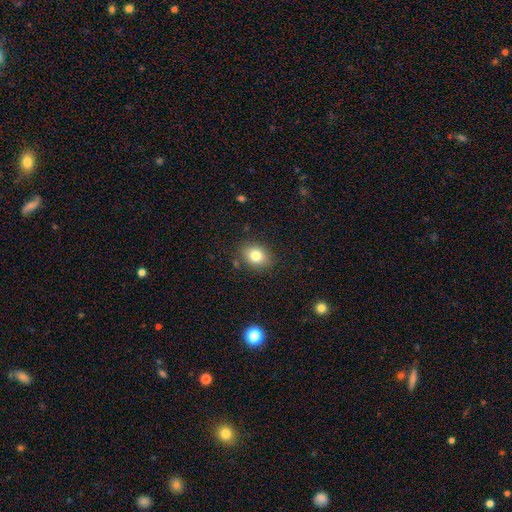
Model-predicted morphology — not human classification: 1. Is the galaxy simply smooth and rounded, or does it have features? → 80% smooth, 11% star or artifact, 9% featured or disk.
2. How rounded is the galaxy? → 54% in between, 45% round, 1% cigar-shaped.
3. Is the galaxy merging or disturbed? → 84% none, 10% minor disturbance, 3% major disturbance, 2% merger.